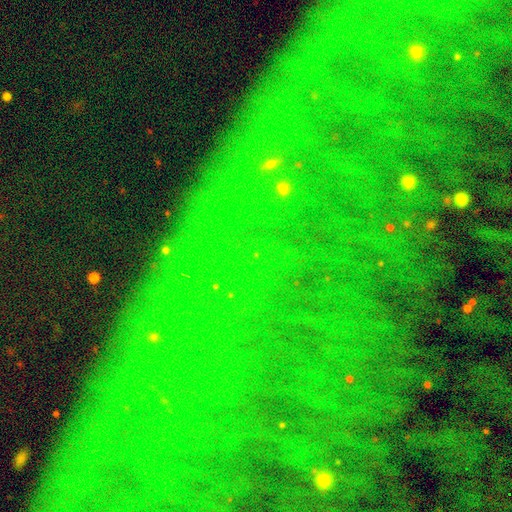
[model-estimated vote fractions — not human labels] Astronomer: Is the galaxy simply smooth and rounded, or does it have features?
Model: star or artifact — 82%.